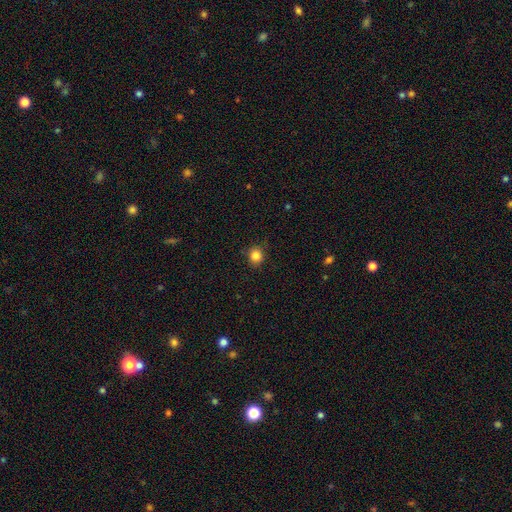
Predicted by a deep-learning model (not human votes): smooth-or-featured: smooth: 85% | star or artifact: 11% | featured or disk: 4%
  how-rounded: round: 86% | in between: 13% | cigar-shaped: 1%
  merging: none: 88% | minor disturbance: 9% | major disturbance: 2% | merger: 1%